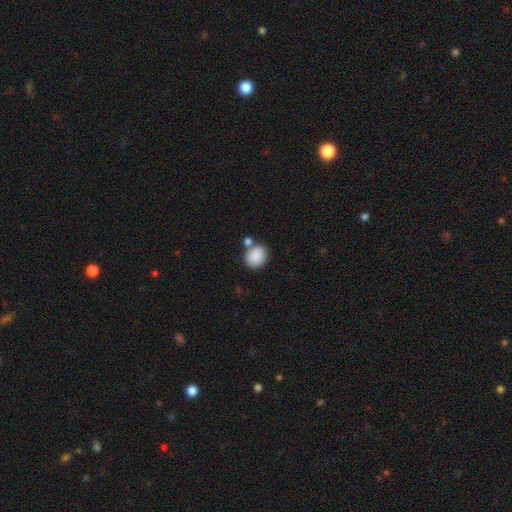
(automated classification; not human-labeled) Overall: smooth (88%). How rounded: round (64%; in between 35%). Merging: none (66%).